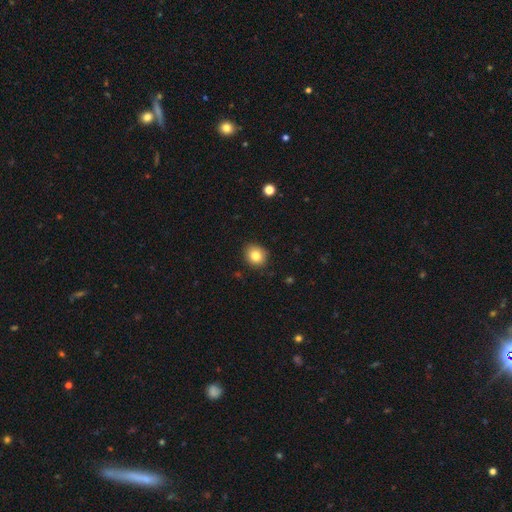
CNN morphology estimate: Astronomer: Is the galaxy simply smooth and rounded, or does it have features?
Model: smooth — 82%.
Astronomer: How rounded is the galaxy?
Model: round — 76%.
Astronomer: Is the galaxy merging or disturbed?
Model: none — 89%.